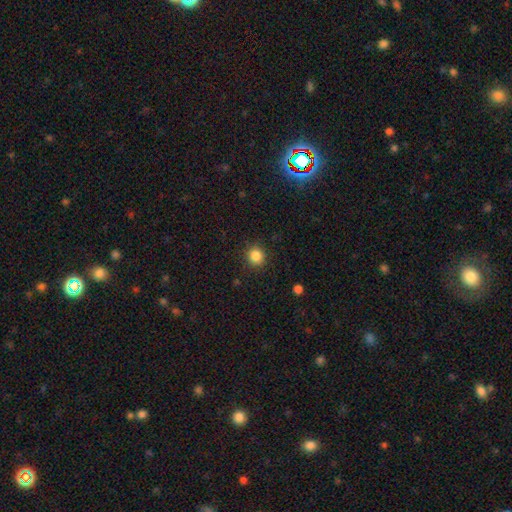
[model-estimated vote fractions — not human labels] A smooth galaxy with no disk features (85%) that is round (91%).

Vote fractions:
- Smooth or featured? smooth: 85% / star or artifact: 11% / featured or disk: 4%
- How rounded? round: 91% / in between: 8% / cigar-shaped: 1%
- Merging? none: 90% / minor disturbance: 7% / major disturbance: 2% / merger: 1%